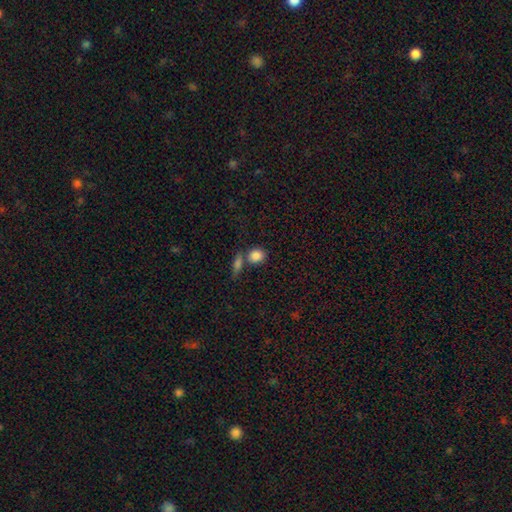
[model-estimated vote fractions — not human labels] smooth_or_featured: smooth (p=0.85) [alt: star or artifact p=0.08]
how_rounded: round (p=0.72) [alt: in between p=0.26]
merging: none (p=0.59) [alt: merger p=0.28]